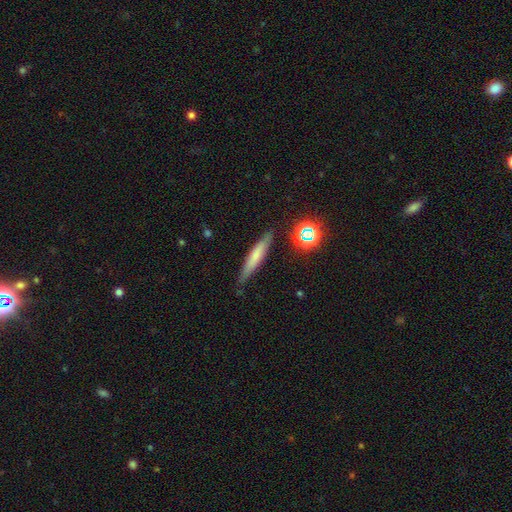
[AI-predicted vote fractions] The model was most divided on "smooth or featured": smooth: 61%, featured or disk: 29%, star or artifact: 10%. More confident: how rounded — cigar-shaped (89%); merging — none (83%).